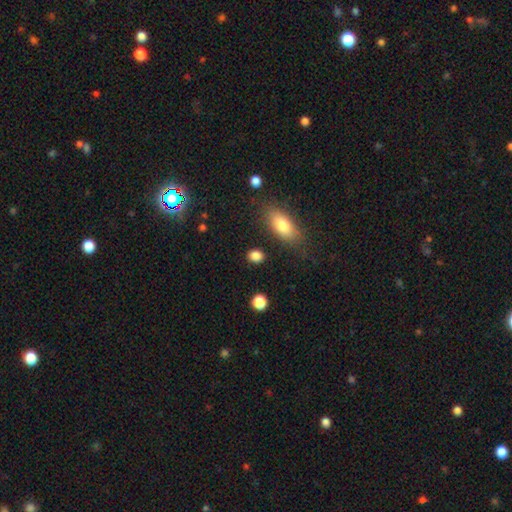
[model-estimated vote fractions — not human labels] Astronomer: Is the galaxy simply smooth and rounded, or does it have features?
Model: smooth — 86%.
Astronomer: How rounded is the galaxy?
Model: in between — 54% (runner-up: round, 44%).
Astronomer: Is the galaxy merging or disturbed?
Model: none — 86%.